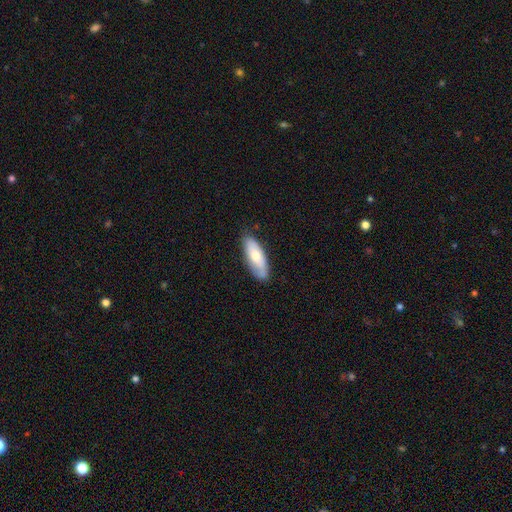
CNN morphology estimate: Overall: smooth (63%; featured or disk 31%). How rounded: in between (71%). Merging: none (78%).